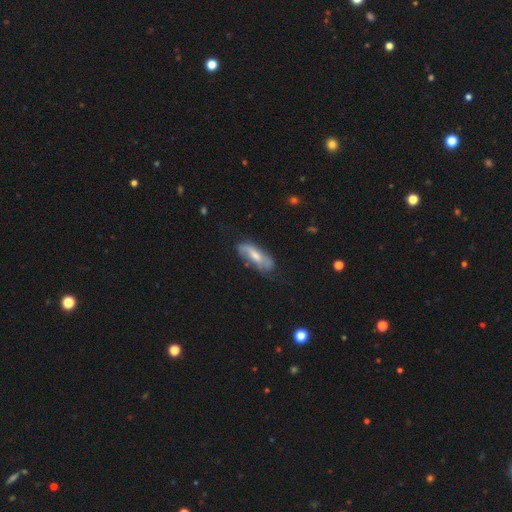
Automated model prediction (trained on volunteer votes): smooth_or_featured: featured or disk (p=0.54) [alt: smooth p=0.38]
disk_edge_on: no (p=0.78) [alt: yes p=0.22]
merging: none (p=0.57) [alt: minor disturbance p=0.28]